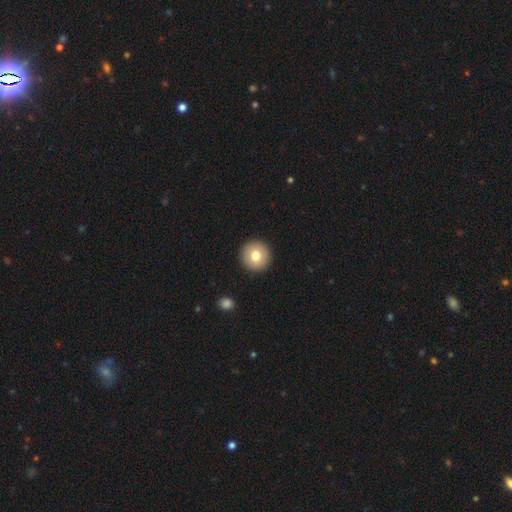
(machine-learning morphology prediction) smooth 77%, featured or disk 14%, star or artifact 8%. Down the decision tree: how rounded — round (96%); merging — none (93%).